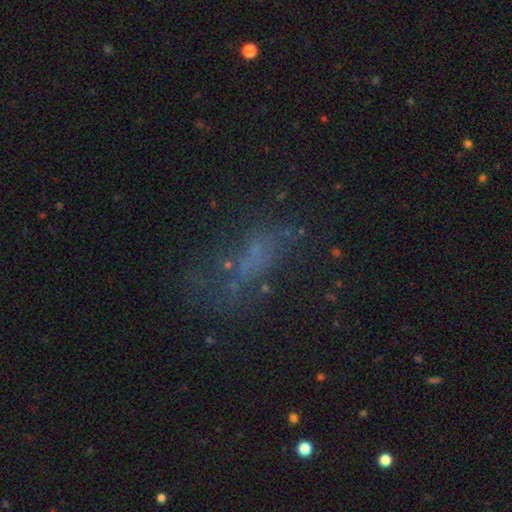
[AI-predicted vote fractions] Morphology: type=smooth (37%); merging=none (43%).